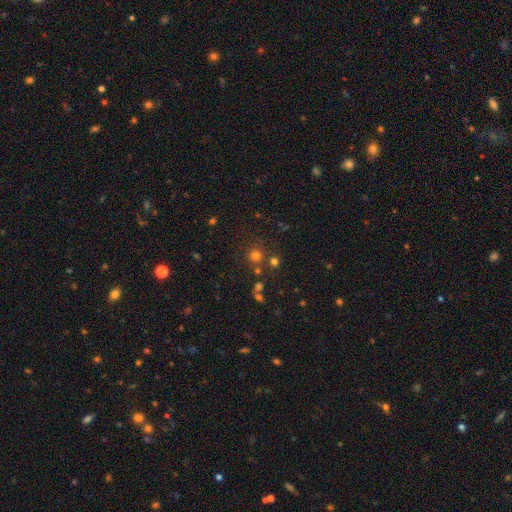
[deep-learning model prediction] This appears to be a smooth galaxy with no disk features (69%) that is round (93%). Merging: none (77%).